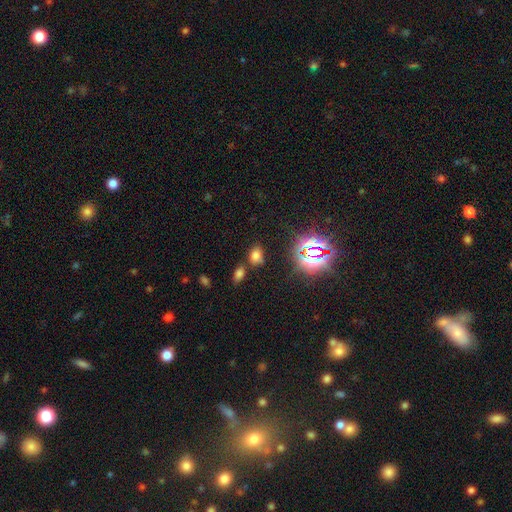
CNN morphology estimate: This is likely a smooth galaxy (63%). How rounded: likely in between (75%). Merging: likely none (68%).